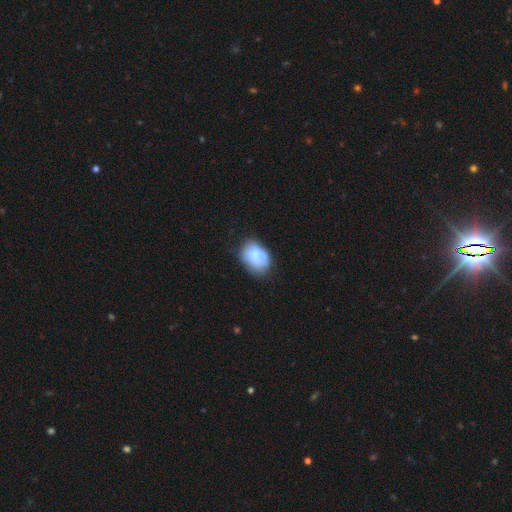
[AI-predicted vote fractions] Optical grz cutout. It shows a smooth galaxy with no disk features (78%) that is in between round and cigar-shaped (72%). Merging: none (57%).